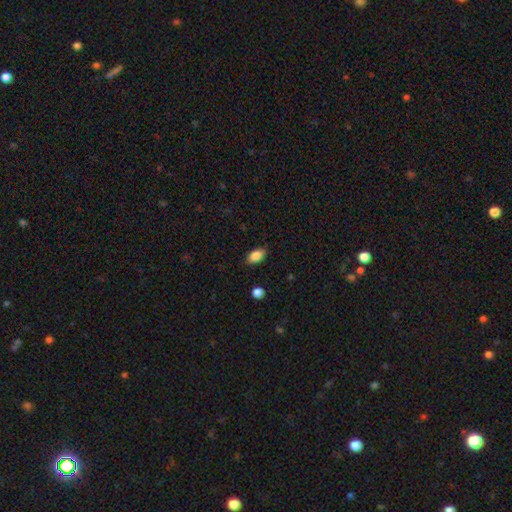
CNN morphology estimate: Smooth or featured? smooth (86%)
How rounded? in between (90%)
Merging? none (85%)